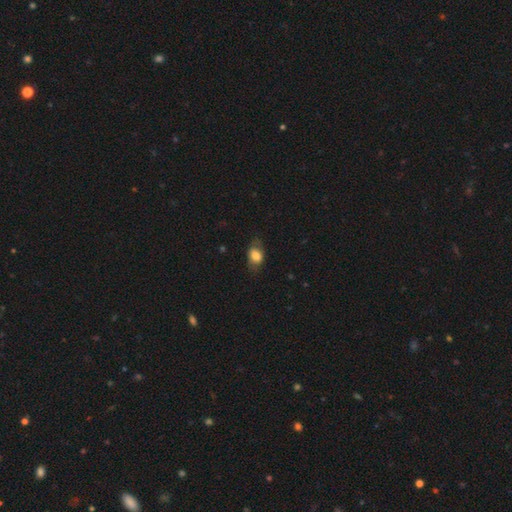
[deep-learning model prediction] Smooth or featured?
  - smooth: 76% *
  - featured or disk: 16%
  - star or artifact: 8%
How rounded?
  - in between: 75% *
  - round: 23%
  - cigar-shaped: 3%
Merging?
  - none: 68% *
  - minor disturbance: 22%
  - major disturbance: 9%
  - merger: 1%